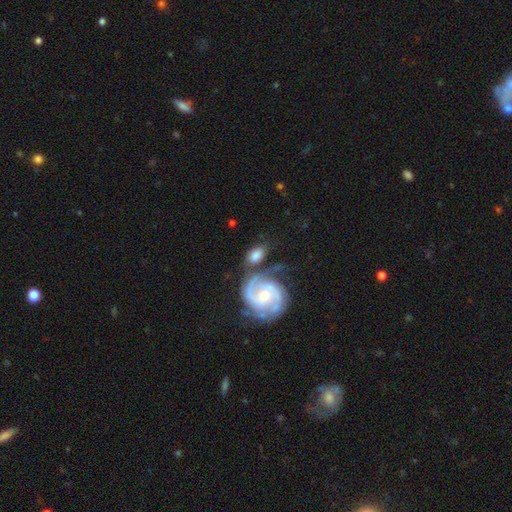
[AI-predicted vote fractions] Smooth or featured?
  - smooth: 51% *
  - featured or disk: 42%
  - star or artifact: 7%
How rounded?
  - in between: 81% *
  - round: 16%
  - cigar-shaped: 3%
Merging?
  - none: 52% *
  - merger: 20%
  - minor disturbance: 19%
  - major disturbance: 9%